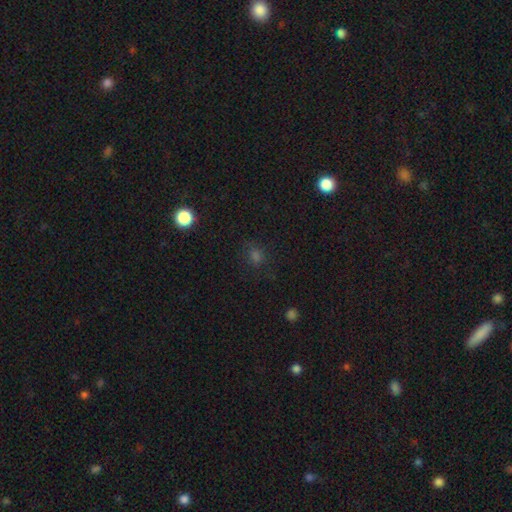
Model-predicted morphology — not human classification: Smooth or featured?
  - smooth: 64% *
  - star or artifact: 29%
  - featured or disk: 7%
How rounded?
  - round: 79% *
  - in between: 20%
  - cigar-shaped: 1%
Merging?
  - none: 79% *
  - minor disturbance: 14%
  - major disturbance: 6%
  - merger: 2%